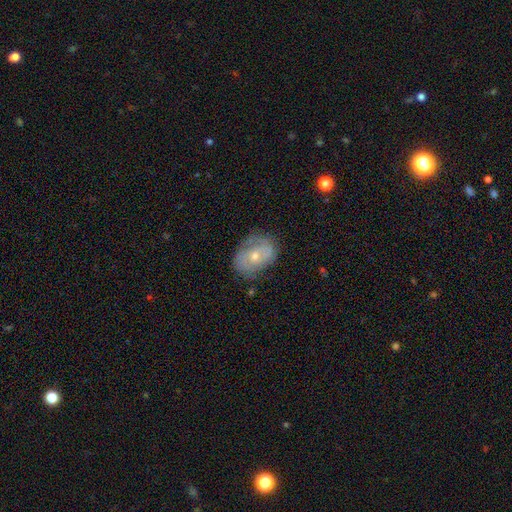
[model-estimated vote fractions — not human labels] featured or disk 64%, smooth 29%, star or artifact 8%. Down the decision tree: edge-on disk — no (96%); bar — no (68%); spiral arms — yes (75%); bulge size — small (53%); merging — none (65%).